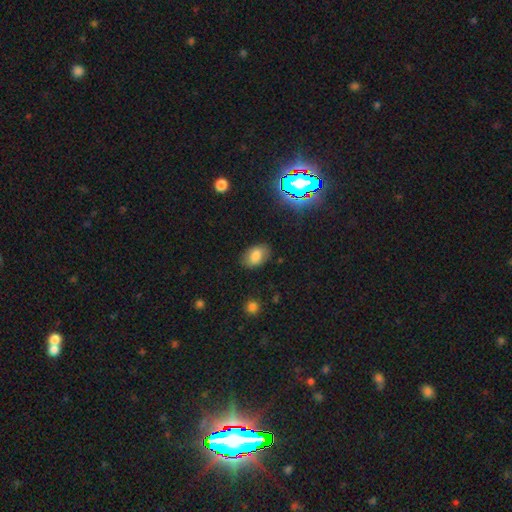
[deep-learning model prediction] Smooth or featured: smooth — 78% (star or artifact — 11%)
How rounded: in between — 86% (round — 13%)
Merging: none — 81% (minor disturbance — 14%)